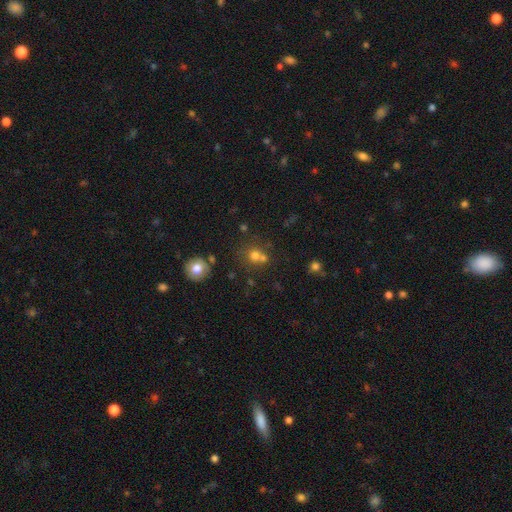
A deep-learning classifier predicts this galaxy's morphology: Smooth or featured? smooth (70%)
How rounded? round (84%)
Merging? none (51%)